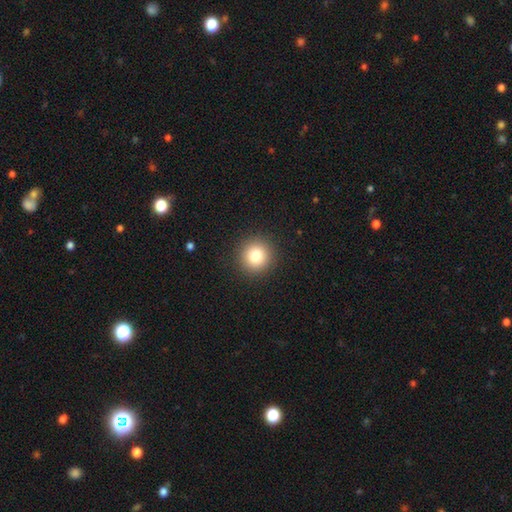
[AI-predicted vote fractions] Morphology: type=smooth (81%); roundness=round (95%); merging=none (92%).